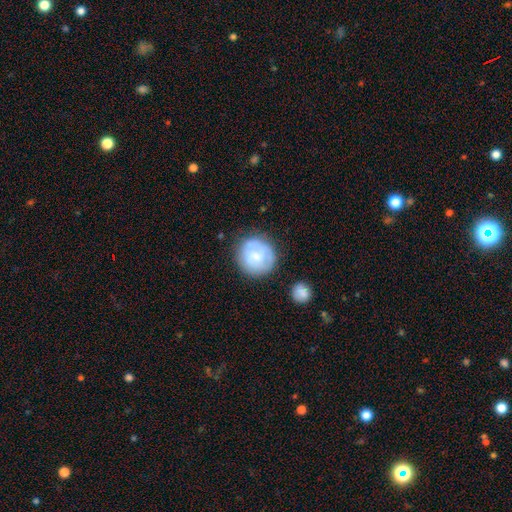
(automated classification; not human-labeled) Morphology: type=smooth (53%); roundness=round (92%); merging=none (74%).